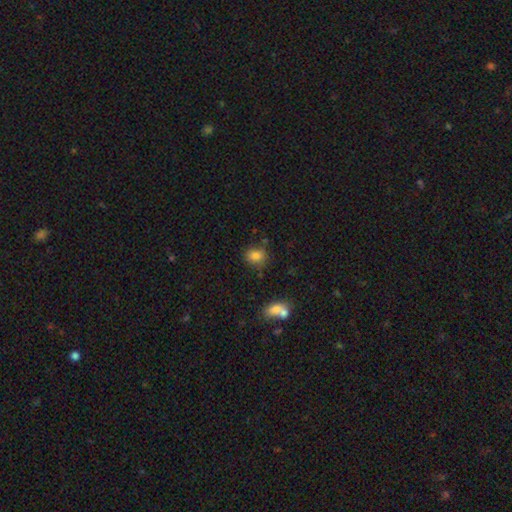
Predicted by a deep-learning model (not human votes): Smooth or featured: smooth — 81% (star or artifact — 11%)
How rounded: round — 62% (in between — 36%)
Merging: none — 71% (minor disturbance — 17%)